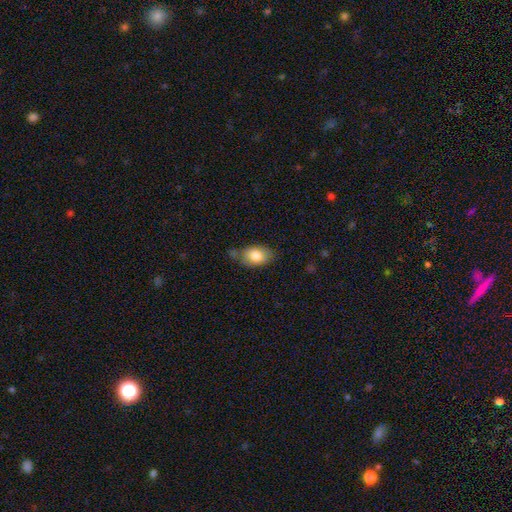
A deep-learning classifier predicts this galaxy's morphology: smooth-or-featured: smooth: 82% | featured or disk: 12% | star or artifact: 7%
  how-rounded: in between: 87% | round: 12% | cigar-shaped: 2%
  merging: none: 58% | minor disturbance: 29% | major disturbance: 8% | merger: 5%